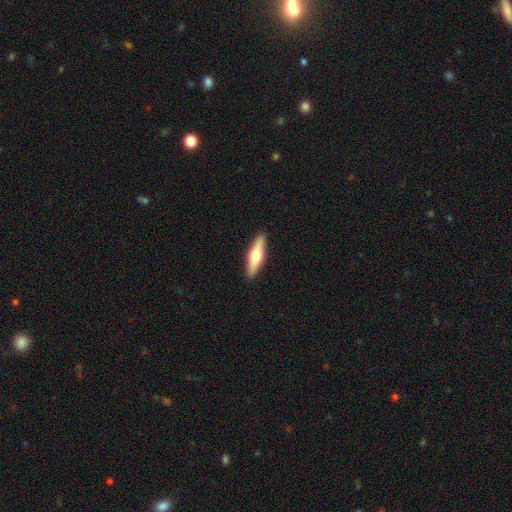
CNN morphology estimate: This is possibly a featured or disk galaxy (52%). It is clearly viewed edge-on (93%). Merging: clearly none (91%).